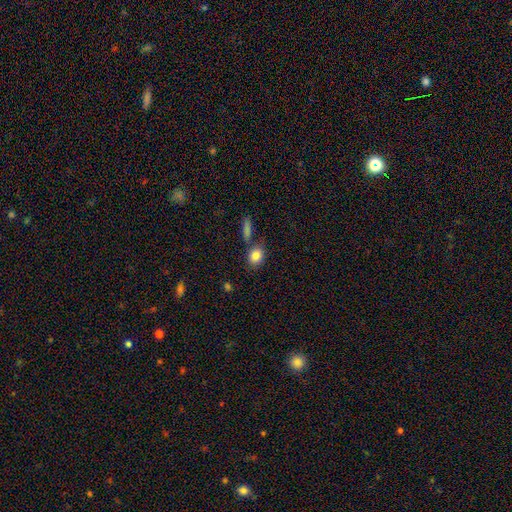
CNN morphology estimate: smooth 84%, star or artifact 8%, featured or disk 8%. Down the decision tree: how rounded — in between (54%); merging — none (68%).